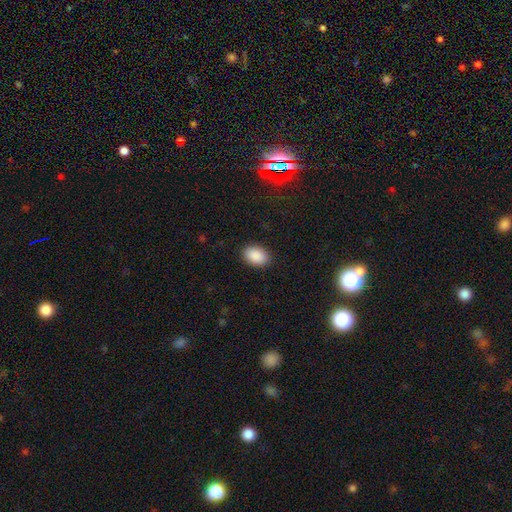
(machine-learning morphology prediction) Smooth or featured? Predicted: smooth (p=0.90). How rounded? Predicted: in between (p=0.87). Merging? Predicted: none (p=0.89).